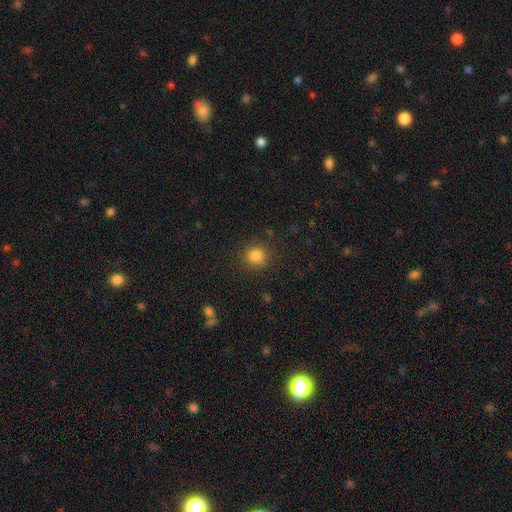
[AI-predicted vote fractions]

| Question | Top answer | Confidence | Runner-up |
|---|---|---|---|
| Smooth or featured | smooth | 84% | star or artifact (12%) |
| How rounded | round | 91% | in between (8%) |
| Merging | none | 86% | minor disturbance (9%) |